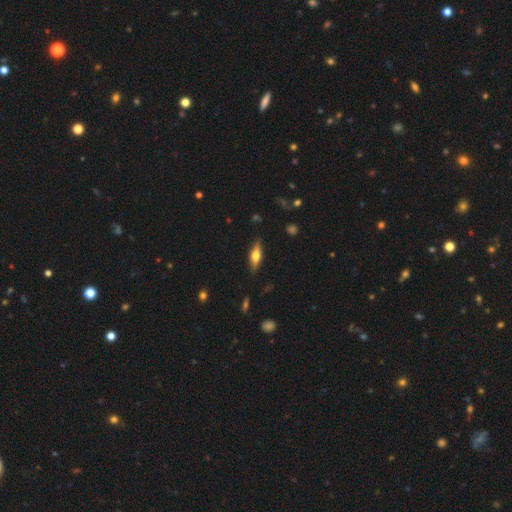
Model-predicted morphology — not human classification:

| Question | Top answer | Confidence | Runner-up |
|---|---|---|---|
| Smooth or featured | smooth | 48% | featured or disk (45%) |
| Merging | none | 87% | minor disturbance (10%) |